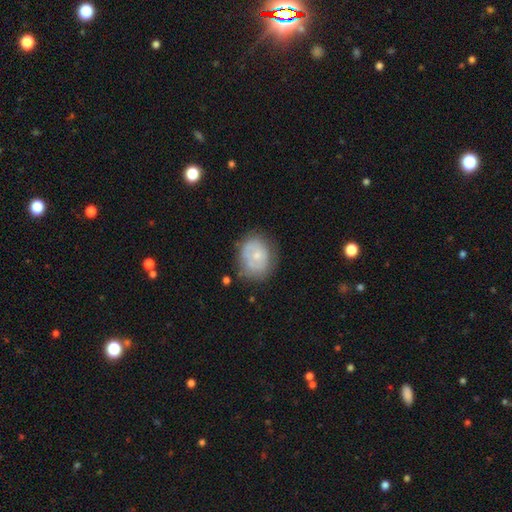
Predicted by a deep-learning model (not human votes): A smooth galaxy with no disk features (52%) that is round (54%). Merging: none (64%).